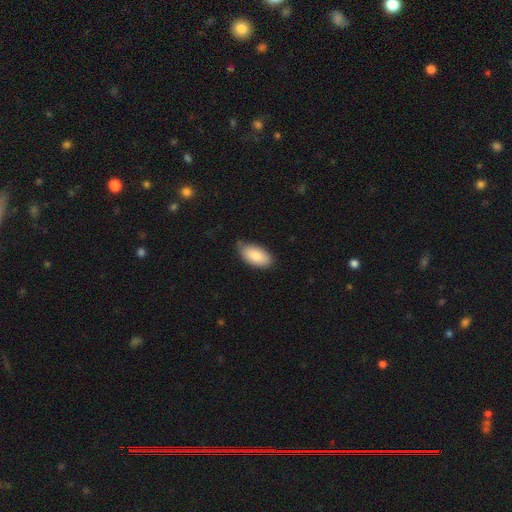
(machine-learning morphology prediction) Smooth or featured? smooth (85%)
How rounded? in between (95%)
Merging? none (74%)